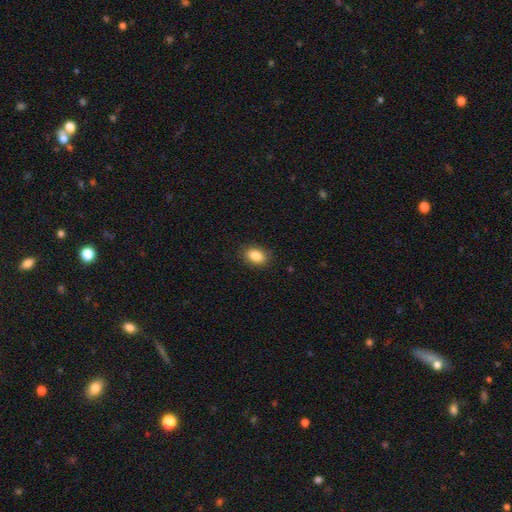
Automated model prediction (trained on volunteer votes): Smooth or featured? smooth (86%)
How rounded? in between (86%)
Merging? none (88%)